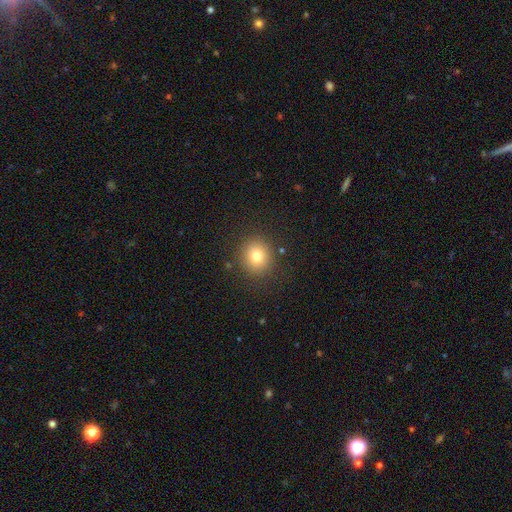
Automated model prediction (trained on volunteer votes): A smooth galaxy with no disk features (78%) that is round (88%). Merging: none (88%).